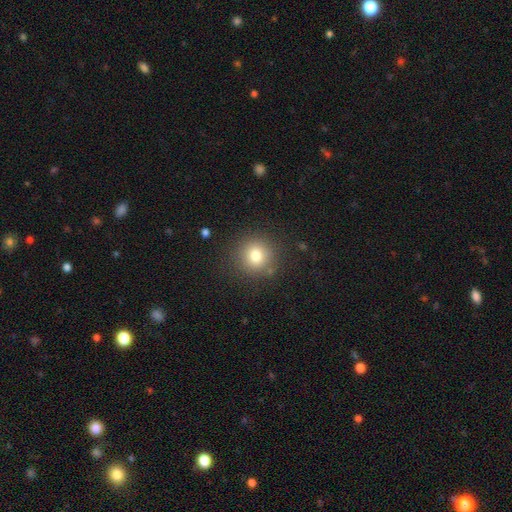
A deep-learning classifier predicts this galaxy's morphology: Smooth or featured? smooth (78%)
How rounded? round (93%)
Merging? none (86%)